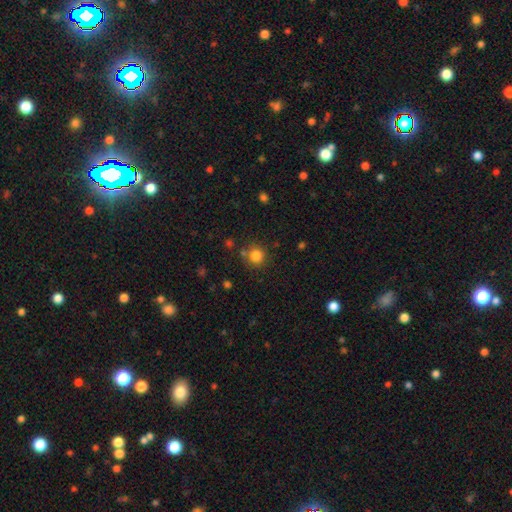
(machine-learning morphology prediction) Smooth or featured? smooth (82%)
How rounded? round (91%)
Merging? none (79%)